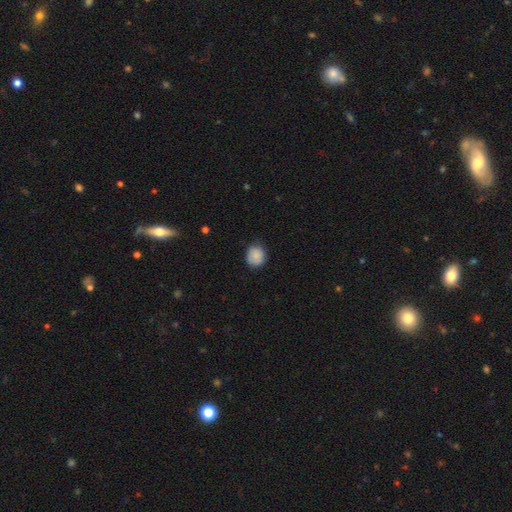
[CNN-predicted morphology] Smooth or featured?
  - smooth: 86% *
  - star or artifact: 8%
  - featured or disk: 6%
How rounded?
  - round: 76% *
  - in between: 23%
  - cigar-shaped: 1%
Merging?
  - none: 73% *
  - minor disturbance: 22%
  - major disturbance: 4%
  - merger: 1%